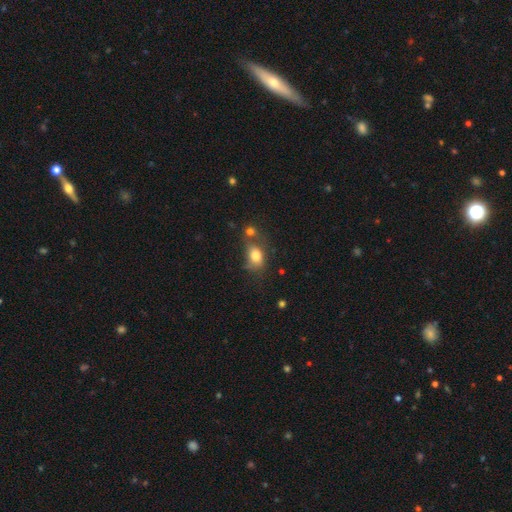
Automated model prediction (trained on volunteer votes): Smooth or featured? smooth (79%)
How rounded? in between (70%)
Merging? none (41%)